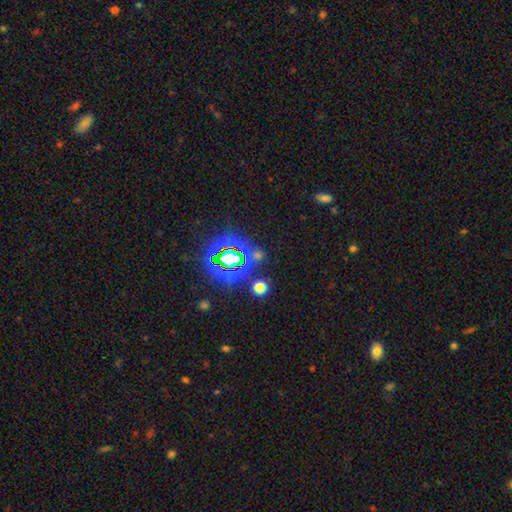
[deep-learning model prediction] Smooth or featured: star or artifact — 64% (smooth — 28%)